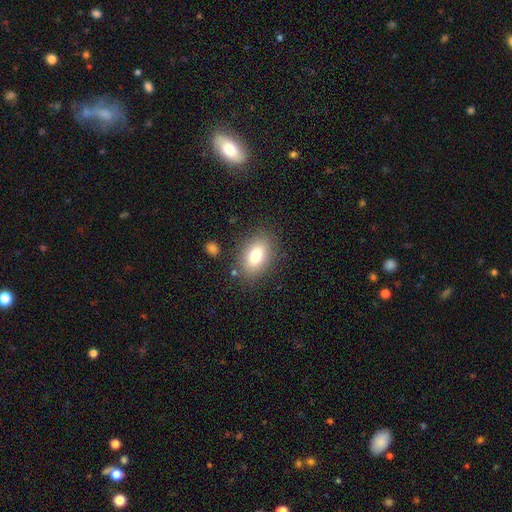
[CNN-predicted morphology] smooth 78%, featured or disk 13%, star or artifact 9%. Down the decision tree: how rounded — in between (86%); merging — none (82%).